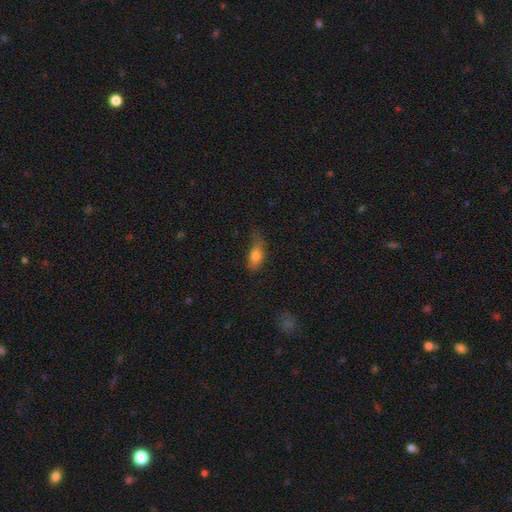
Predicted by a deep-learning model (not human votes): This appears to be a smooth galaxy with no disk features (78%) that is in between round and cigar-shaped (81%). Merging: none (44%).